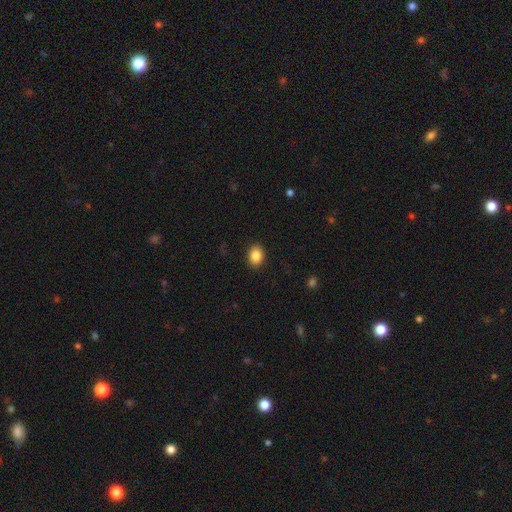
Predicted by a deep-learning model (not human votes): A smooth galaxy with no disk features (86%) that is in between round and cigar-shaped (64%).

Vote fractions:
- Smooth or featured? smooth: 86% / star or artifact: 9% / featured or disk: 5%
- How rounded? in between: 64% / round: 35% / cigar-shaped: 1%
- Merging? none: 90% / minor disturbance: 7% / major disturbance: 2% / merger: 1%